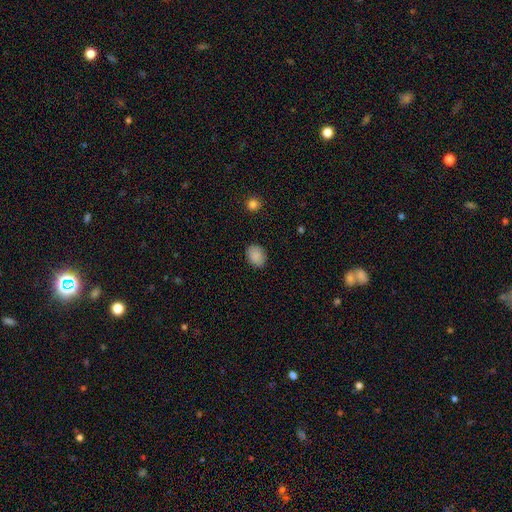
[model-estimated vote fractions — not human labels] This appears to be a smooth galaxy with no disk features (88%) that is in between round and cigar-shaped (62%). Merging: none (87%).